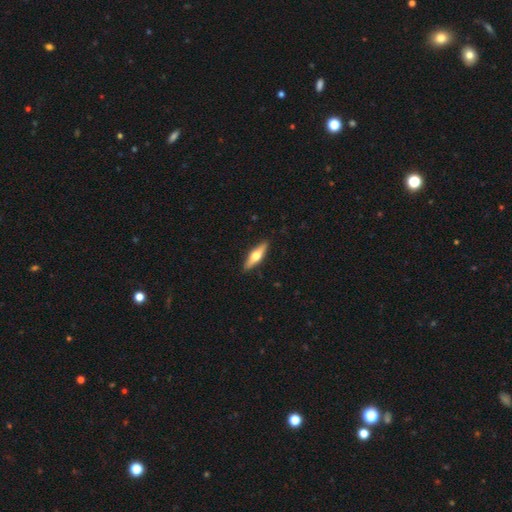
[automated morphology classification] Smooth or featured? Predicted: featured or disk (p=0.56). Edge-on disk? Predicted: yes (p=0.94). Edge-on bulge? Predicted: rounded (p=0.95). Merging? Predicted: none (p=0.91).